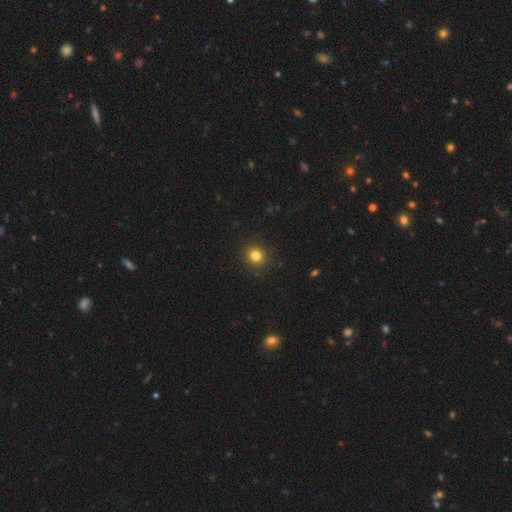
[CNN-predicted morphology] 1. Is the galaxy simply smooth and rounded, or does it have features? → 81% smooth, 13% star or artifact, 6% featured or disk.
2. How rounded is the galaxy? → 91% round, 8% in between, 1% cigar-shaped.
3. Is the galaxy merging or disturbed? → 91% none, 6% minor disturbance, 2% major disturbance, 1% merger.